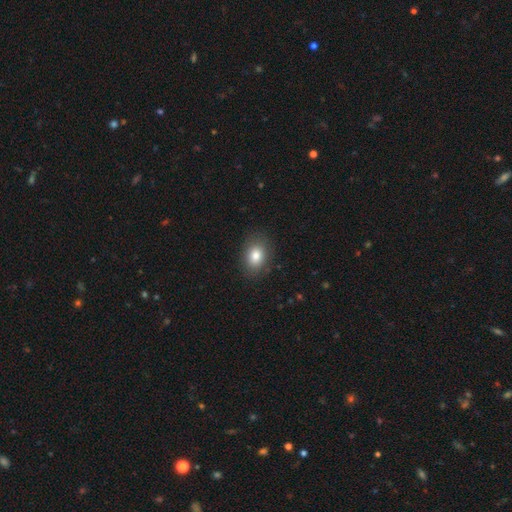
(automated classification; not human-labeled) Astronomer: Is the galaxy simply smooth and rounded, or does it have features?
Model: smooth — 82%.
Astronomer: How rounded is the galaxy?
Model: in between — 71%.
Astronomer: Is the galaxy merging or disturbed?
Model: none — 86%.